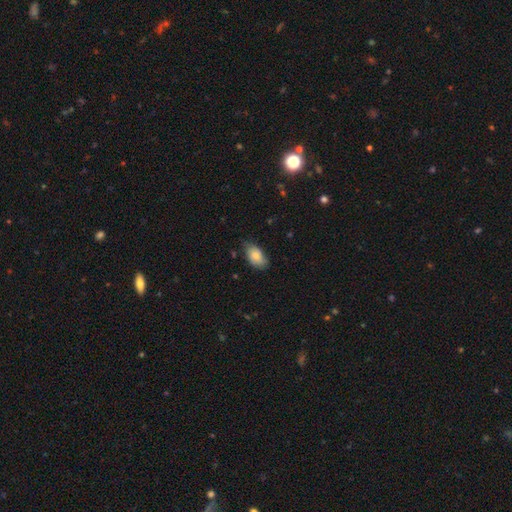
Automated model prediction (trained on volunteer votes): A smooth galaxy with no disk features (80%) that is in between round and cigar-shaped (92%).

Vote fractions:
- Smooth or featured? smooth: 80% / featured or disk: 13% / star or artifact: 7%
- How rounded? in between: 92% / round: 6% / cigar-shaped: 2%
- Merging? none: 66% / minor disturbance: 29% / major disturbance: 4% / merger: 1%